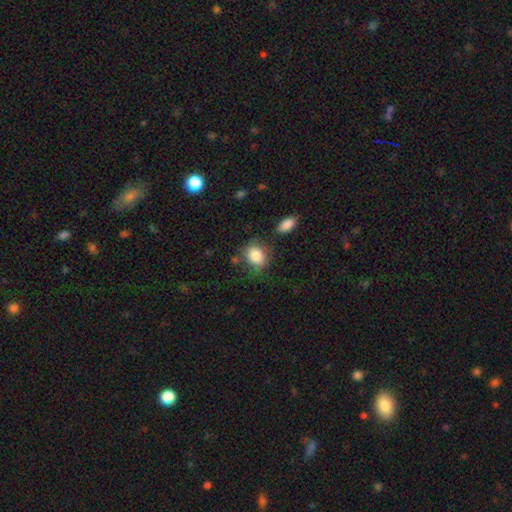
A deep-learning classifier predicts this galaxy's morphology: Q: Smooth or featured?
A: smooth (84%); runner-up: star or artifact (8%)
Q: How rounded?
A: in between (53%); runner-up: round (46%)
Q: Merging?
A: none (68%); runner-up: minor disturbance (19%)